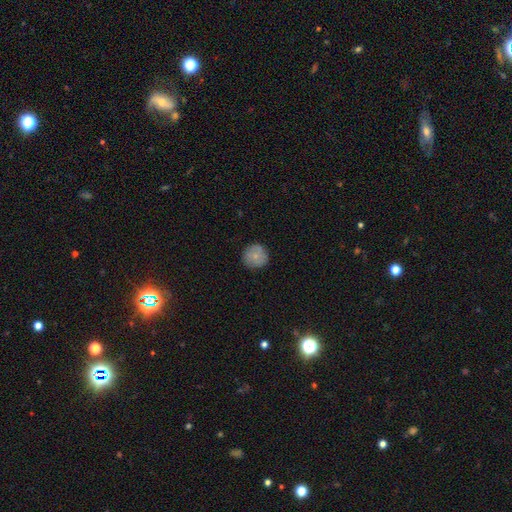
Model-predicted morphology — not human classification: smooth 69%, featured or disk 23%, star or artifact 8%. Down the decision tree: how rounded — round (93%); merging — none (82%).